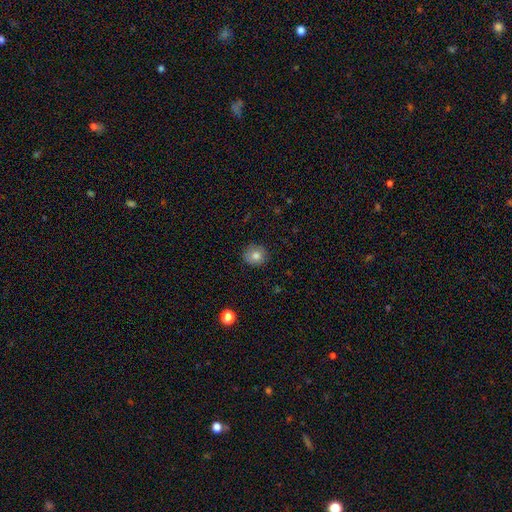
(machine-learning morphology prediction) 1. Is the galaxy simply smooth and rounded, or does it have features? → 80% smooth, 10% star or artifact, 10% featured or disk.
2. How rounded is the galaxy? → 88% round, 11% in between, 1% cigar-shaped.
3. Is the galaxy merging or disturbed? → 87% none, 10% minor disturbance, 2% major disturbance, 1% merger.